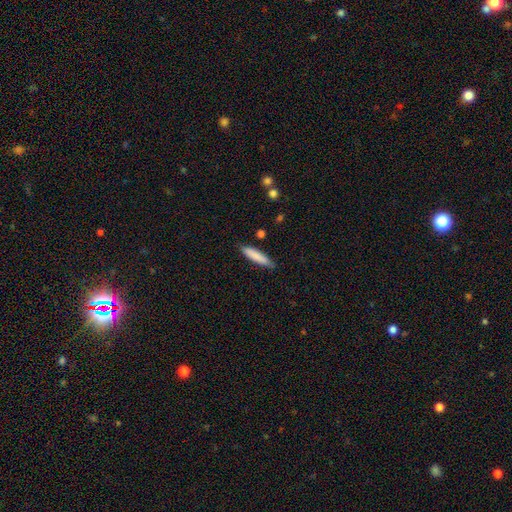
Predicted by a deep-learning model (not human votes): This appears to be a smooth galaxy with no disk features (83%) that is cigar-shaped (84%). Merging: none (85%).